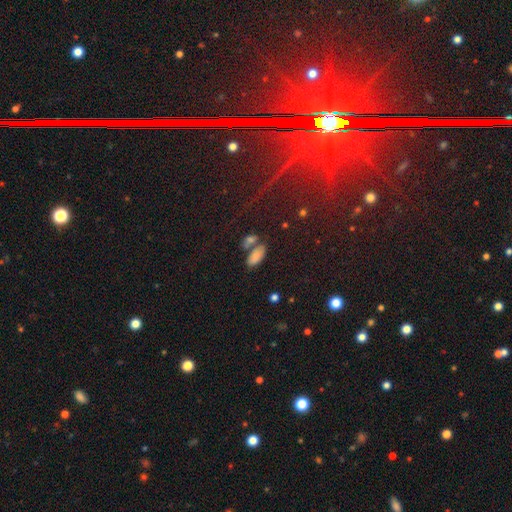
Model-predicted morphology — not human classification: A smooth galaxy with no disk features (80%) that is in between round and cigar-shaped (90%).

Vote fractions:
- Smooth or featured? smooth: 80% / star or artifact: 11% / featured or disk: 10%
- How rounded? in between: 90% / cigar-shaped: 7% / round: 3%
- Merging? none: 47% / merger: 32% / minor disturbance: 15% / major disturbance: 6%